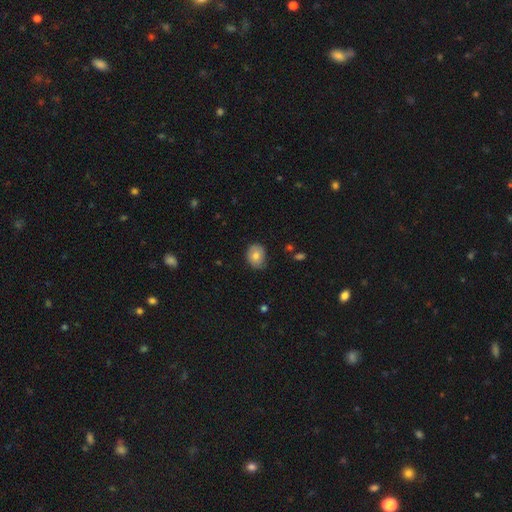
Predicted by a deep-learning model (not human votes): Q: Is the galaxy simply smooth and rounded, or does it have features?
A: smooth — 76%.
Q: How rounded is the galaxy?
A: in between — 55%.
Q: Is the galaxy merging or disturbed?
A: none — 77%.